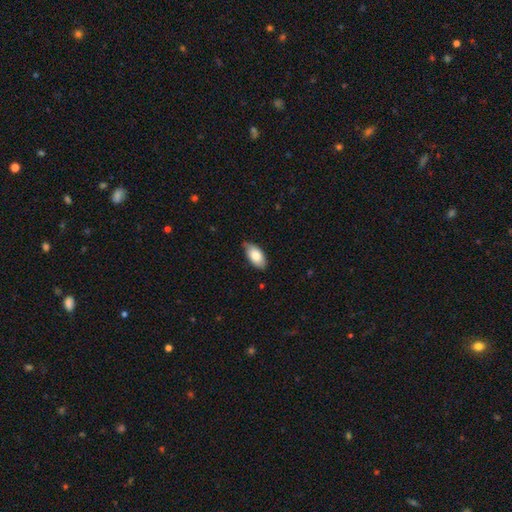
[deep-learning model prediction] A smooth galaxy with no disk features (82%) that is in between round and cigar-shaped (94%).

Vote fractions:
- Smooth or featured? smooth: 82% / featured or disk: 12% / star or artifact: 6%
- How rounded? in between: 94% / cigar-shaped: 4% / round: 3%
- Merging? none: 75% / minor disturbance: 21% / major disturbance: 3% / merger: 1%